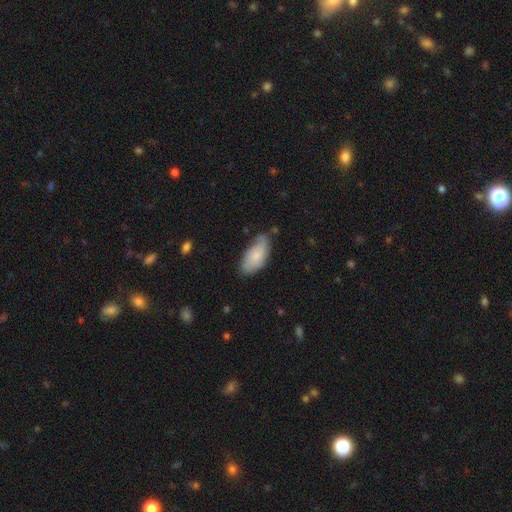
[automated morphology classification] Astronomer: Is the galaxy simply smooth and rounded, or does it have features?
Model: smooth — 65%.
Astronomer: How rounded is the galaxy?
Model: in between — 92%.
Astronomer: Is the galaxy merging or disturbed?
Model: none — 61%.